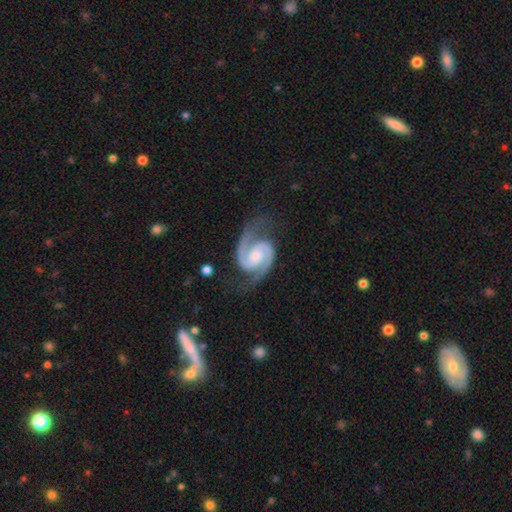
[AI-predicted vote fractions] Q: Smooth or featured?
A: featured or disk (93%); runner-up: star or artifact (4%)
Q: Edge-on disk?
A: no (98%); runner-up: yes (2%)
Q: Bar?
A: no (58%); runner-up: weak (32%)
Q: Spiral arms?
A: yes (99%); runner-up: no (1%)
Q: Spiral winding?
A: medium (58%); runner-up: tight (31%)
Q: Spiral arm count?
A: 2 (94%); runner-up: can't tell (1%)
Q: Bulge size?
A: moderate (36%); runner-up: none (26%)
Q: Merging?
A: none (74%); runner-up: minor disturbance (17%)